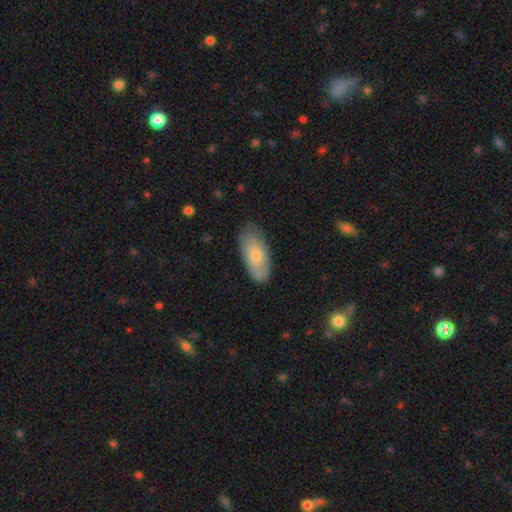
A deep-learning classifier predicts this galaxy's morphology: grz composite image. It shows a smooth galaxy with no disk features (71%) that is in between round and cigar-shaped (89%). Merging: none (77%).